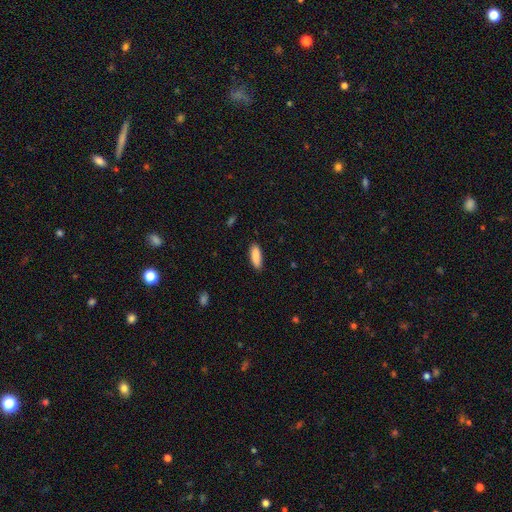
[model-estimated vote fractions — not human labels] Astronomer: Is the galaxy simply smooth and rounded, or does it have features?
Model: smooth — 89%.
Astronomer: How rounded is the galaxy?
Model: in between — 64%.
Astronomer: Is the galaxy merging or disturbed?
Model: none — 85%.